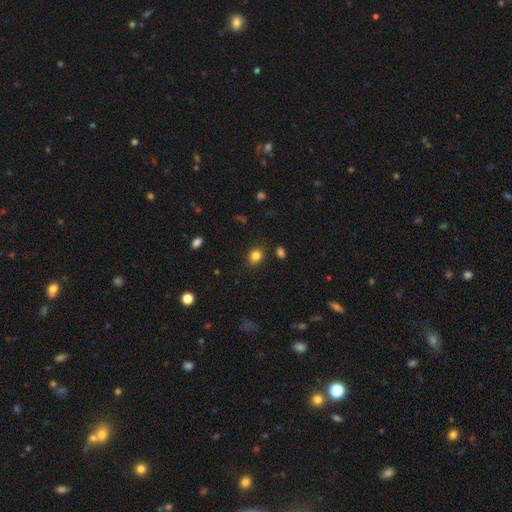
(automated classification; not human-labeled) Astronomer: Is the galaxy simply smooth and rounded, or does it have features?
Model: smooth — 83%.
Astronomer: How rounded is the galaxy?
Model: round — 59% (runner-up: in between, 40%).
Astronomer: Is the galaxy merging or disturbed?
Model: none — 84%.